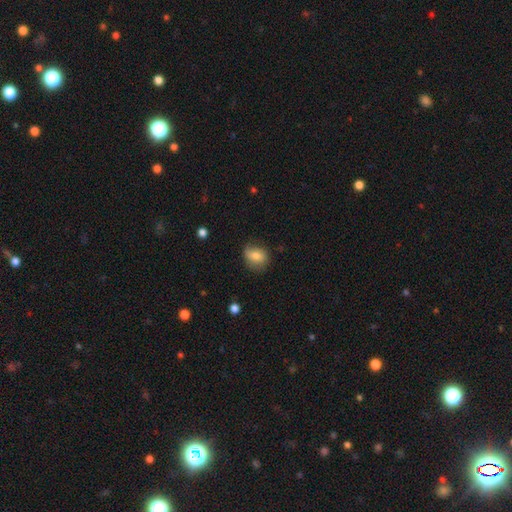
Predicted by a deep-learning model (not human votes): Q: Smooth or featured?
A: smooth (77%); runner-up: featured or disk (14%)
Q: How rounded?
A: in between (53%); runner-up: round (46%)
Q: Merging?
A: none (66%); runner-up: minor disturbance (25%)